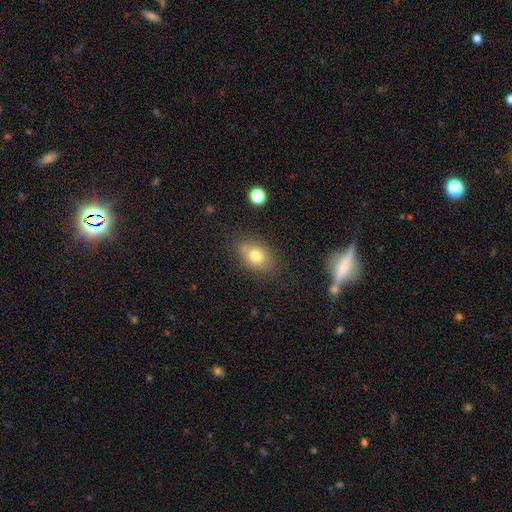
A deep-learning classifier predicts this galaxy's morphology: Smooth or featured? smooth (76%)
How rounded? in between (67%)
Merging? none (70%)